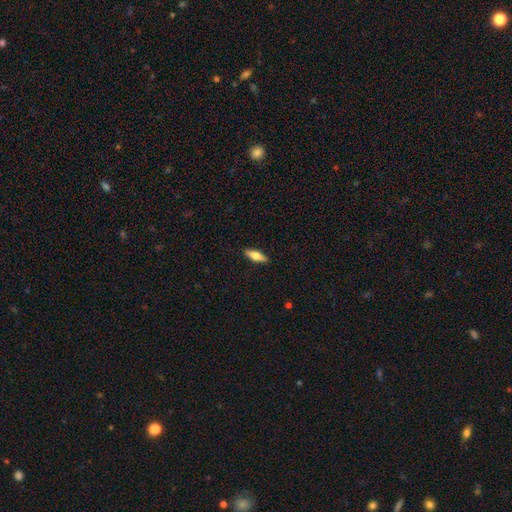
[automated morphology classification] This is likely a smooth galaxy (60%). How rounded: possibly in between (54%). Merging: clearly none (89%).